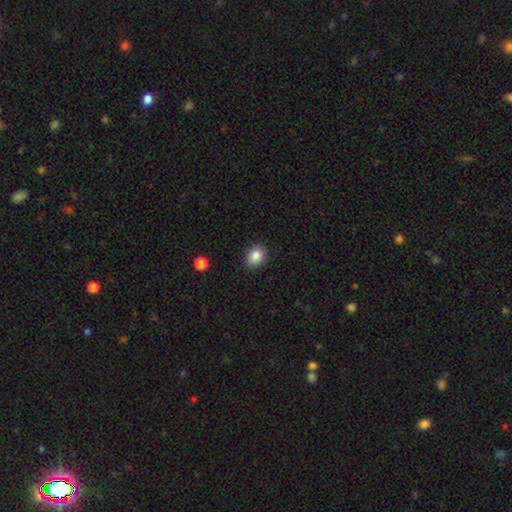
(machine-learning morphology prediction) A smooth galaxy with no disk features (86%) that is in between round and cigar-shaped (51%). Merging: none (88%).